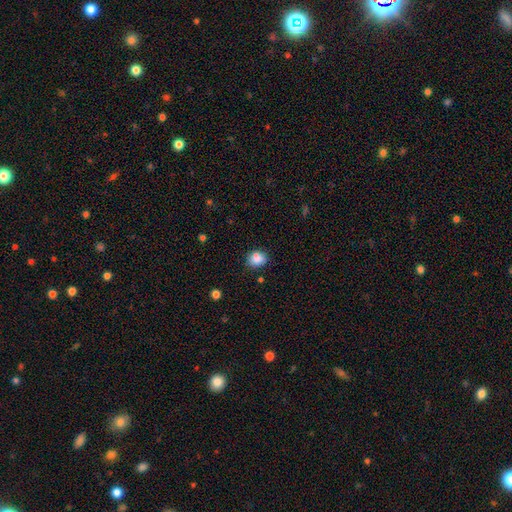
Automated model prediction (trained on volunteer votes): A smooth galaxy with no disk features (85%) that is round (58%). Merging: none (77%).